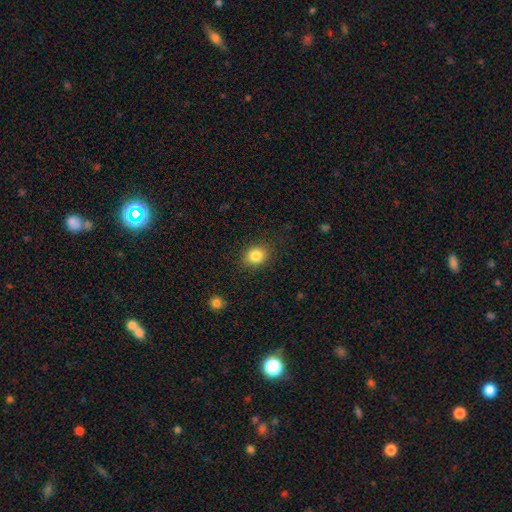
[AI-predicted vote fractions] Overall: smooth (84%). How rounded: round (56%; in between 43%). Merging: none (86%).